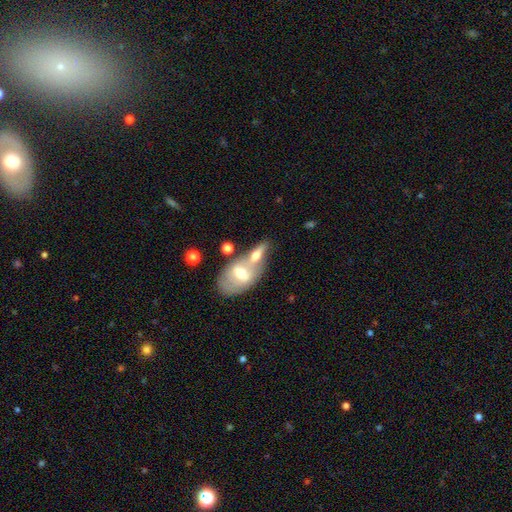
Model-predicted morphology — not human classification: Smooth or featured?
  - smooth: 52% *
  - featured or disk: 41%
  - star or artifact: 7%
How rounded?
  - in between: 78% *
  - cigar-shaped: 14%
  - round: 9%
Merging?
  - merger: 57% *
  - none: 28%
  - minor disturbance: 10%
  - major disturbance: 5%